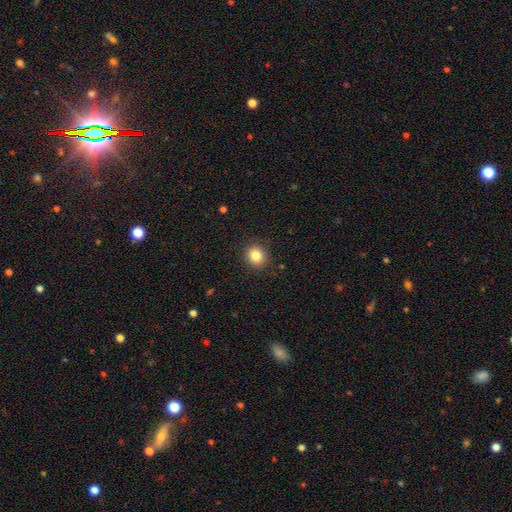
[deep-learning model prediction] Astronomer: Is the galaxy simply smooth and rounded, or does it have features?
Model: smooth — 83%.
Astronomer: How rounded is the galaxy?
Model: round — 82%.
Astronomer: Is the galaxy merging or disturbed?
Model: none — 90%.